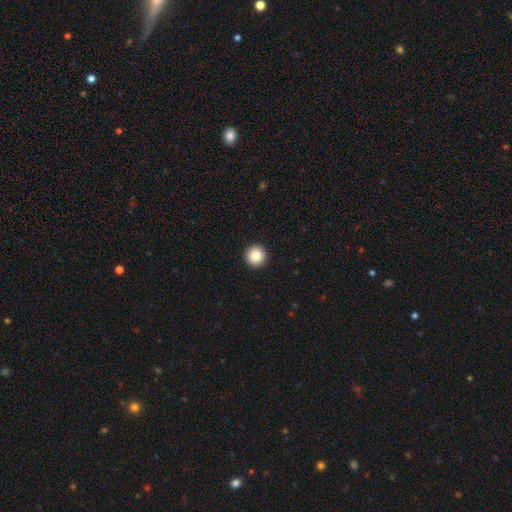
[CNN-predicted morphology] Smooth or featured? smooth (87%)
How rounded? round (96%)
Merging? none (94%)